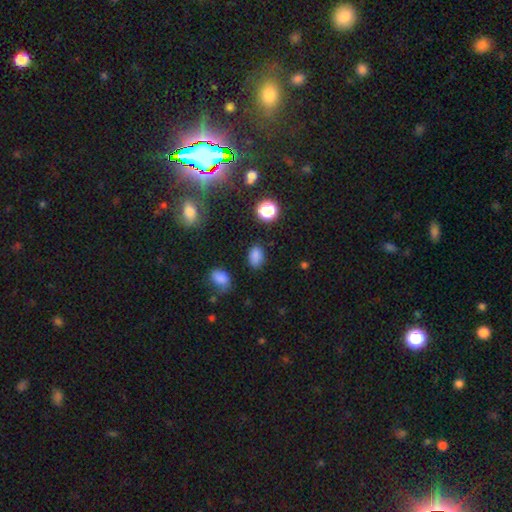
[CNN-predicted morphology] Smooth or featured: smooth — 81% (star or artifact — 14%)
How rounded: in between — 83% (round — 16%)
Merging: none — 80% (minor disturbance — 13%)